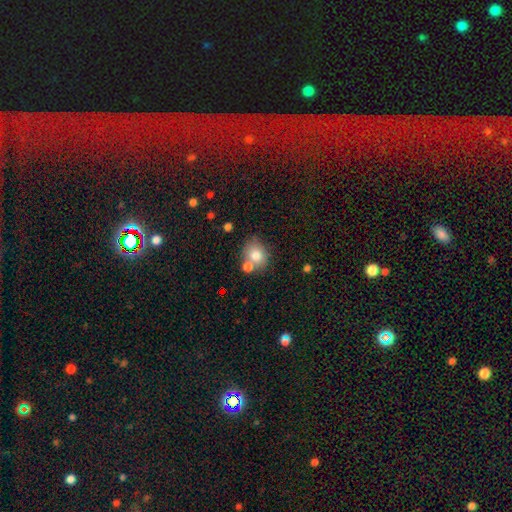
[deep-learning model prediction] smooth-or-featured: smooth: 78% | featured or disk: 12% | star or artifact: 10%
  how-rounded: round: 65% | in between: 34% | cigar-shaped: 1%
  merging: none: 59% | merger: 24% | minor disturbance: 13% | major disturbance: 4%